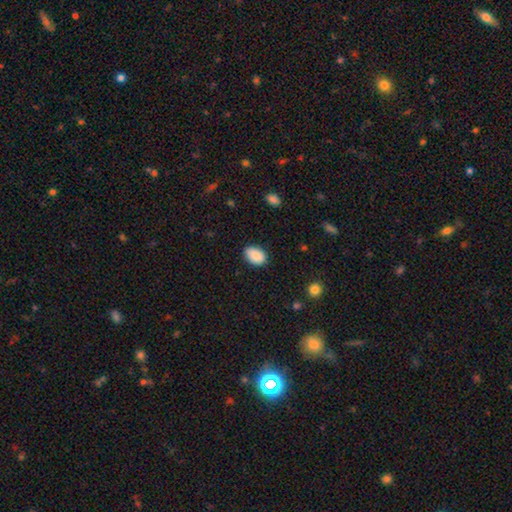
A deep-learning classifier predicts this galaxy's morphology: Smooth or featured: smooth — 88% (star or artifact — 7%)
How rounded: in between — 82% (round — 17%)
Merging: none — 82% (minor disturbance — 15%)